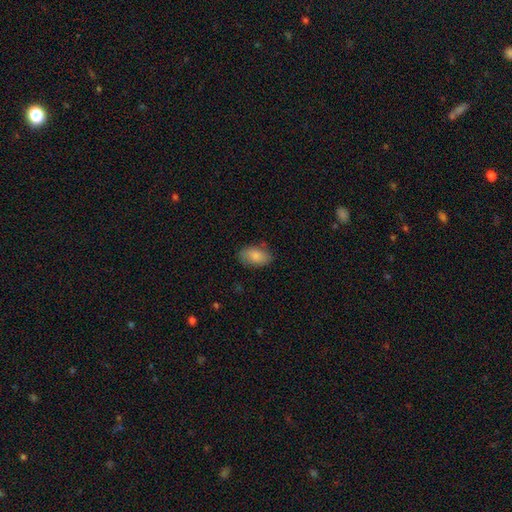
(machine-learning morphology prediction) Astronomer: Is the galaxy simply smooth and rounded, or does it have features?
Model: smooth — 80%.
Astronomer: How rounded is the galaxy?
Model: in between — 92%.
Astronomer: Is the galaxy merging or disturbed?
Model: none — 78%.